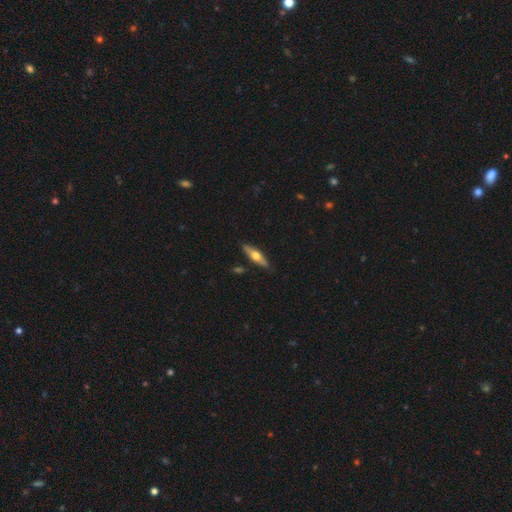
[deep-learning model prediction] Q: Smooth or featured?
A: featured or disk (50%); runner-up: smooth (45%)
Q: Merging?
A: none (87%); runner-up: minor disturbance (9%)